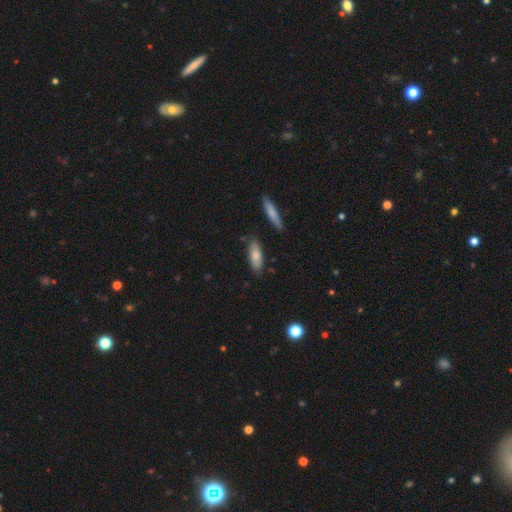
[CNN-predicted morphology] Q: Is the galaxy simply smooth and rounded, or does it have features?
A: smooth — 79%.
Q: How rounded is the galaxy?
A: in between — 71%.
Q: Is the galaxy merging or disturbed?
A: none — 78%.